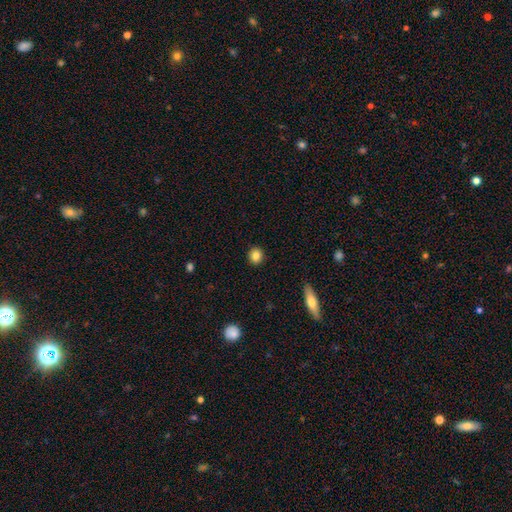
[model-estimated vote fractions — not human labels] Smooth or featured? smooth (84%)
How rounded? round (86%)
Merging? none (91%)